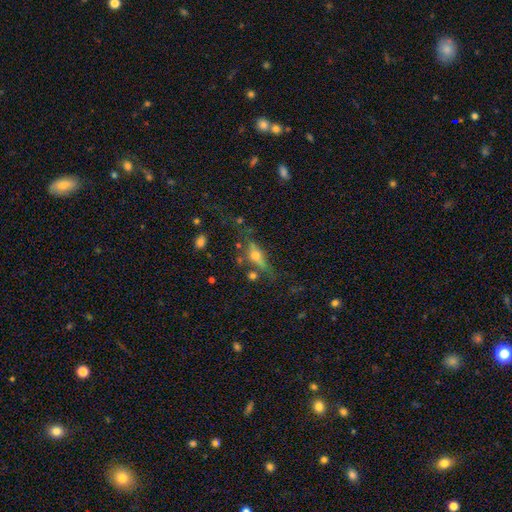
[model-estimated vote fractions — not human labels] The model was most divided on "smooth or featured": featured or disk: 49%, smooth: 37%, star or artifact: 13%. More confident: merging — none (59%).